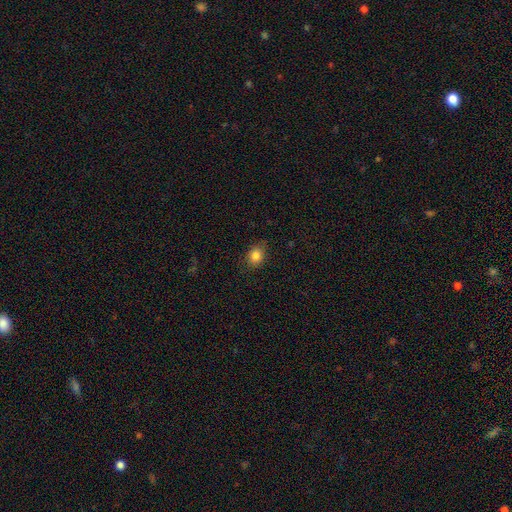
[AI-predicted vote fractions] Smooth or featured? smooth (84%)
How rounded? round (49%, tied with in between)
Merging? none (81%)